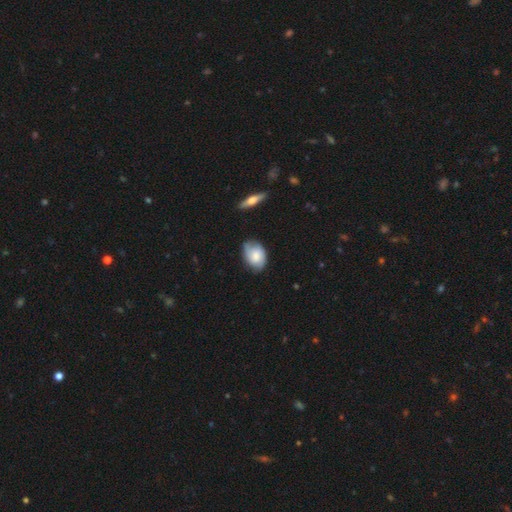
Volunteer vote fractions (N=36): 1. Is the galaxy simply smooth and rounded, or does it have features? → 53% smooth, 42% featured or disk, 6% star or artifact.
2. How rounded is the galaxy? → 84% in between, 16% round, 0% cigar-shaped.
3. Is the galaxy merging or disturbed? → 50% none, 41% minor disturbance, 9% major disturbance, 0% merger.